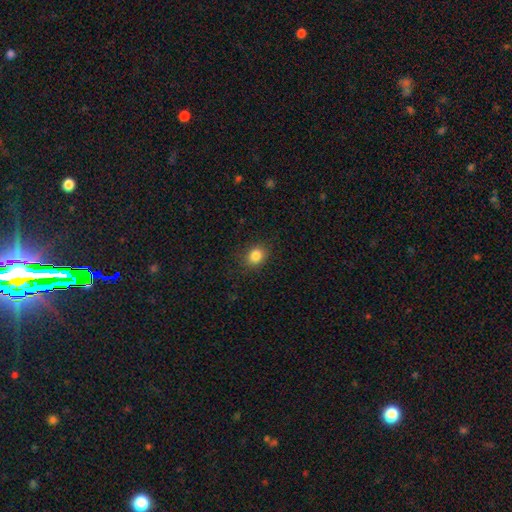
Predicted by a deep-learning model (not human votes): Smooth or featured? smooth (84%)
How rounded? round (54%)
Merging? none (86%)